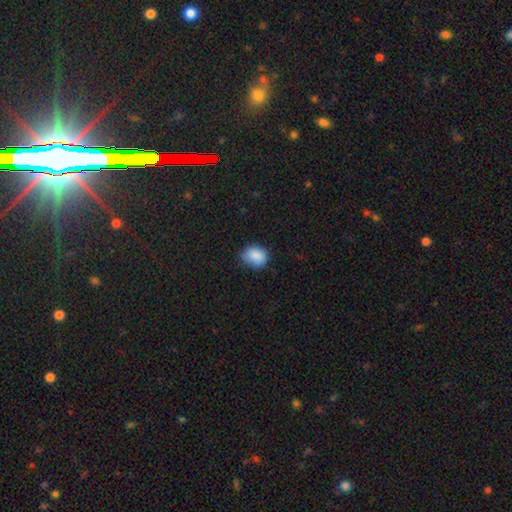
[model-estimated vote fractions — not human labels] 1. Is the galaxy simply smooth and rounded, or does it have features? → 88% smooth, 8% star or artifact, 4% featured or disk.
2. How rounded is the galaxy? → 51% in between, 48% round, 1% cigar-shaped.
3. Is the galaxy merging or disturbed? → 72% none, 24% minor disturbance, 4% major disturbance, 1% merger.